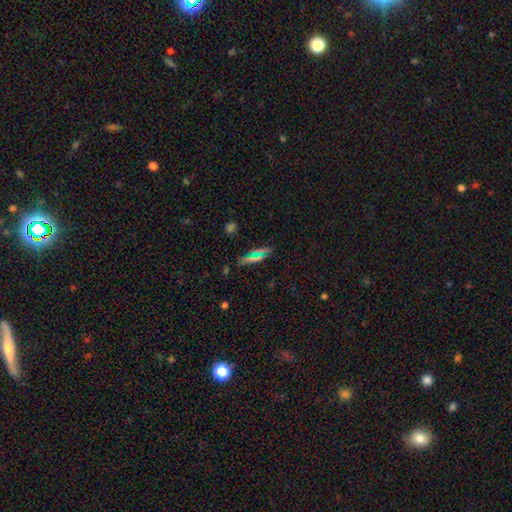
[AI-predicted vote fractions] A smooth galaxy with no disk features (65%) that is cigar-shaped (58%). Merging: none (83%).